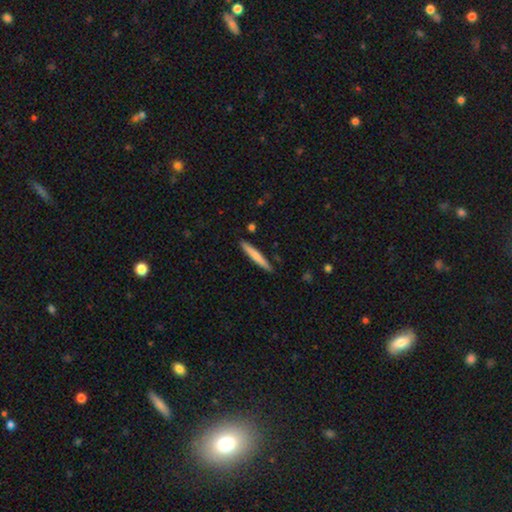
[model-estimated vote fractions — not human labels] Q: Smooth or featured?
A: smooth (72%); runner-up: featured or disk (23%)
Q: How rounded?
A: cigar-shaped (96%); runner-up: in between (3%)
Q: Merging?
A: none (90%); runner-up: minor disturbance (8%)